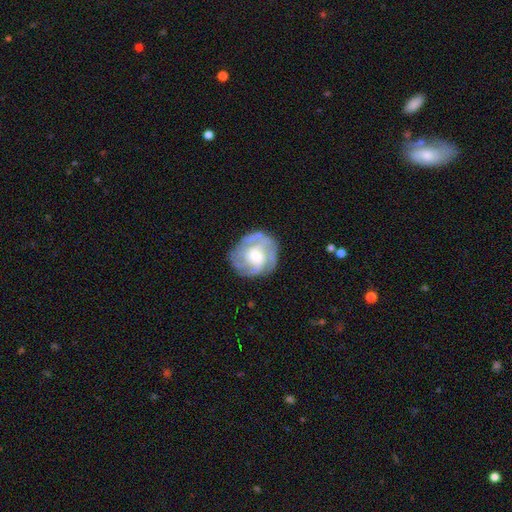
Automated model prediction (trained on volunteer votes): featured or disk 72%, smooth 22%, star or artifact 7%. Down the decision tree: edge-on disk — no (97%); bar — no (65%); spiral arms — yes (82%); spiral arm count — can't tell (38%); spiral winding — tight (50%); bulge size — moderate (48%); merging — none (72%).